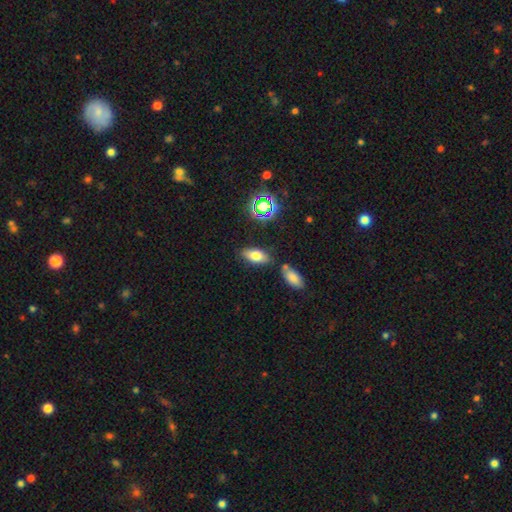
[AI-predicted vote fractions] smooth_or_featured: smooth (p=0.72) [alt: featured or disk p=0.16]
how_rounded: in between (p=0.84) [alt: cigar-shaped p=0.12]
merging: none (p=0.76) [alt: minor disturbance p=0.13]